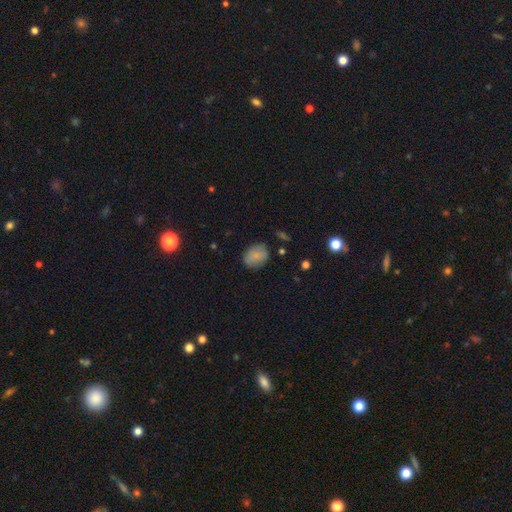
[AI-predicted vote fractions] A smooth galaxy with no disk features (77%) that is in between round and cigar-shaped (52%). Merging: none (77%).